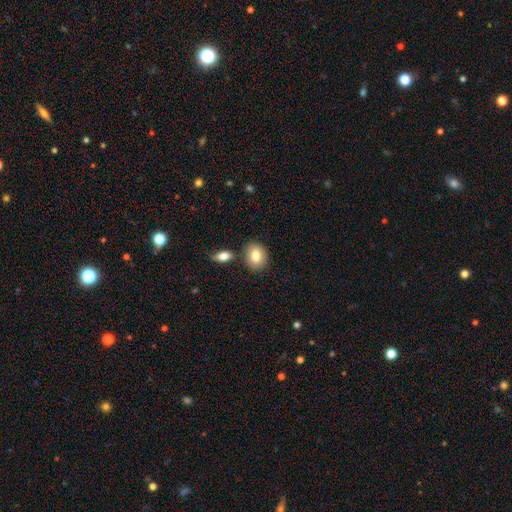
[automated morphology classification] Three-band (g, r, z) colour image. It shows a smooth galaxy with no disk features (81%) that is round (50%). Merging: none (79%).